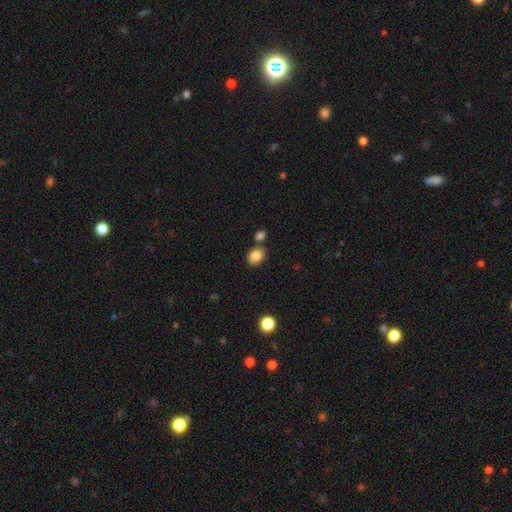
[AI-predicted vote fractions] Overall: smooth (84%). How rounded: in between (55%; round 44%). Merging: none (70%).